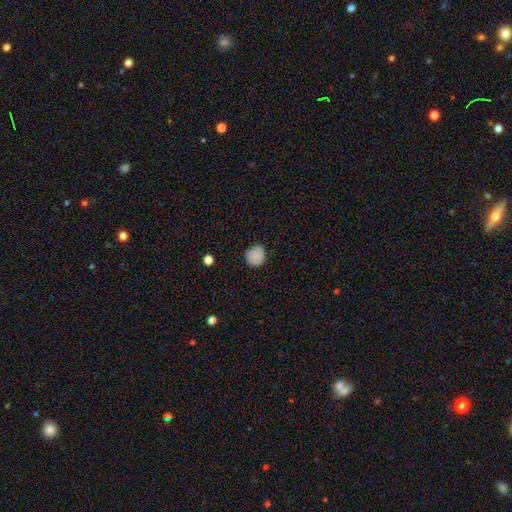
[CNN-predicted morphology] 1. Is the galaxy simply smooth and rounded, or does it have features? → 84% smooth, 8% star or artifact, 8% featured or disk.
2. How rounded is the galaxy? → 90% round, 9% in between, 1% cigar-shaped.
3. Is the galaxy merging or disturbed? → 86% none, 11% minor disturbance, 2% major disturbance, 1% merger.